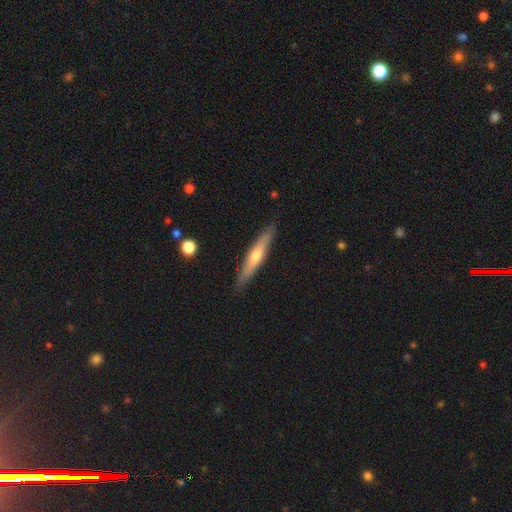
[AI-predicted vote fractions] A featured or disk galaxy (51%) viewed edge-on (93%). Merging: none (88%).